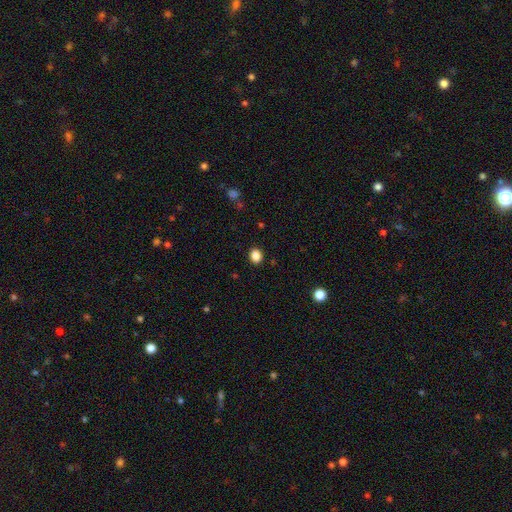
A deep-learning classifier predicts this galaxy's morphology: smooth-or-featured: smooth: 86% | star or artifact: 11% | featured or disk: 3%
  how-rounded: round: 61% | in between: 38% | cigar-shaped: 1%
  merging: none: 90% | minor disturbance: 6% | major disturbance: 2% | merger: 1%